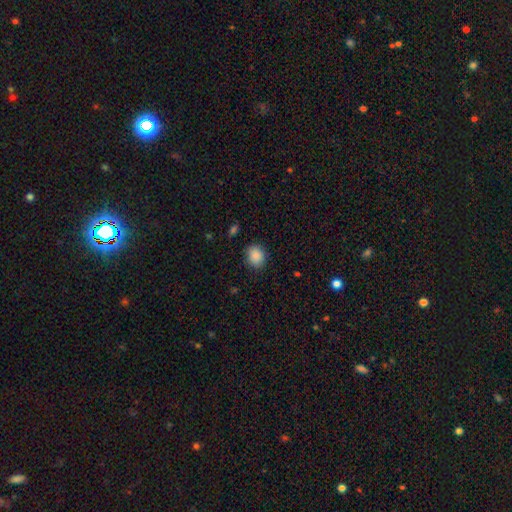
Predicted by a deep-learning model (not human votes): A smooth galaxy with no disk features (88%) that is round (63%). Merging: none (86%).